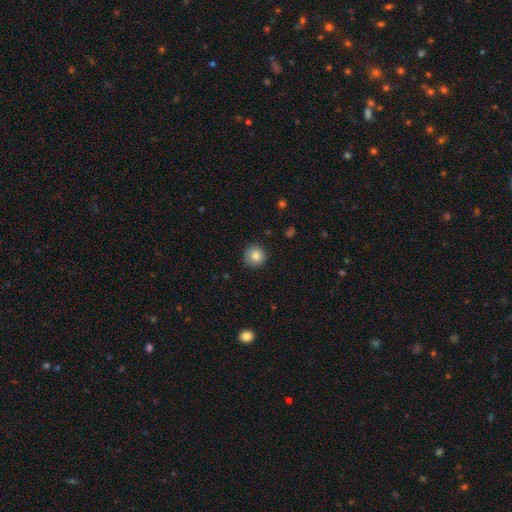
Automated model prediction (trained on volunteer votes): Smooth or featured? Predicted: smooth (p=0.85). How rounded? Predicted: round (p=0.94). Merging? Predicted: none (p=0.85).